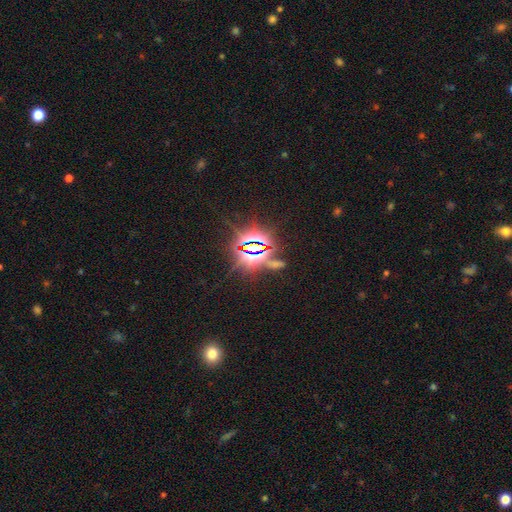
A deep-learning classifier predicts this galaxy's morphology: A star or artifact, not a galaxy (83%).

Vote fractions:
- Smooth or featured? star or artifact: 83% / smooth: 9% / featured or disk: 7%